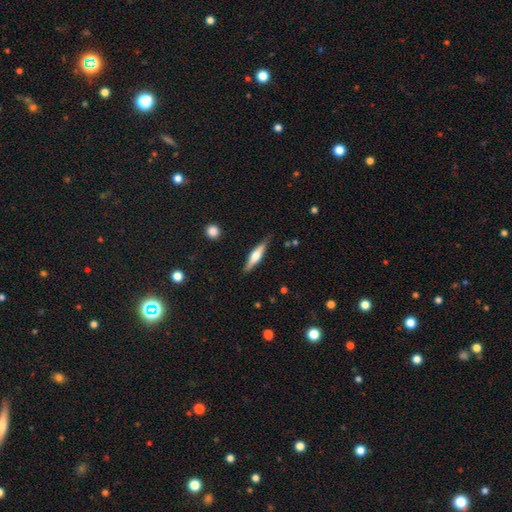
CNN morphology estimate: A featured or disk galaxy (54%) viewed edge-on (95%) with a rounded central bulge (85%).

Vote fractions:
- Smooth or featured? featured or disk: 54% / smooth: 41% / star or artifact: 6%
- Edge-on disk? yes: 95% / no: 5%
- Edge-on bulge? rounded: 85% / boxy: 10% / none: 5%
- Merging? none: 84% / minor disturbance: 12% / major disturbance: 2% / merger: 2%